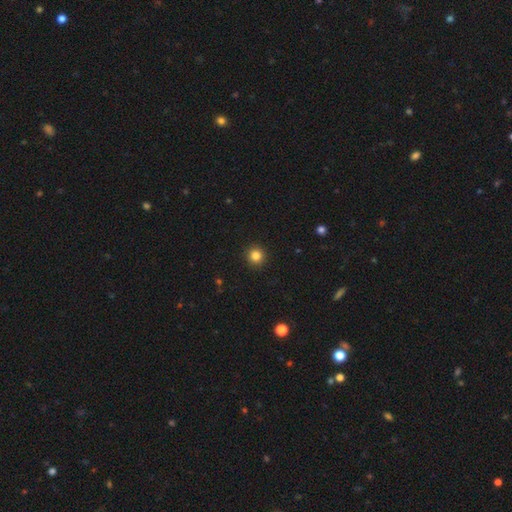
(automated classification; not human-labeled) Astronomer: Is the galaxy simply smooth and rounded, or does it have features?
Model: smooth — 84%.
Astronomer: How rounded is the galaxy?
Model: round — 95%.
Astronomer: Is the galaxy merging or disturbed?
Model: none — 93%.